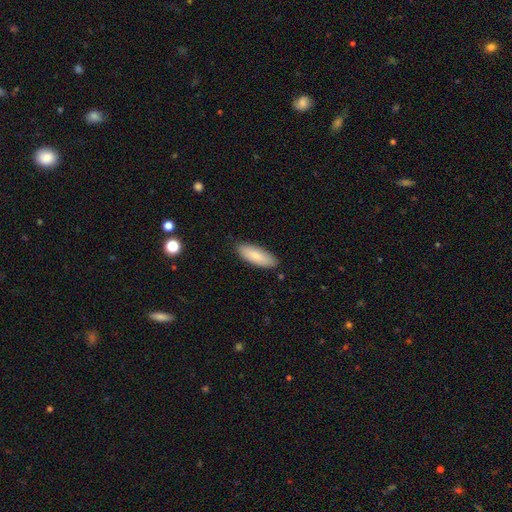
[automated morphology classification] The model was most divided on "how rounded": in between: 69%, cigar-shaped: 29%, round: 2%. More confident: merging — none (86%); smooth or featured — smooth (81%).